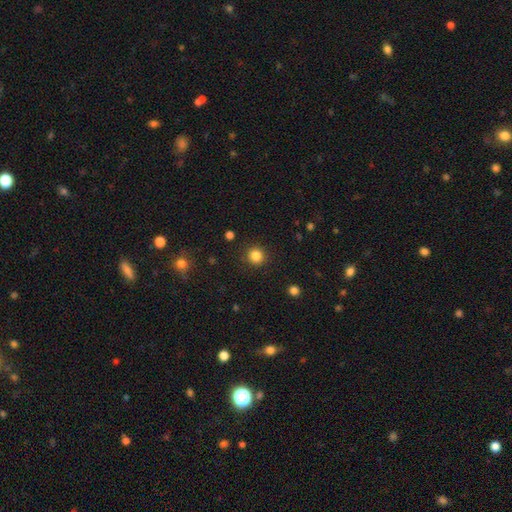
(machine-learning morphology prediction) The model was most divided on "smooth or featured": smooth: 84%, star or artifact: 12%, featured or disk: 4%. More confident: how rounded — round (93%); merging — none (90%).